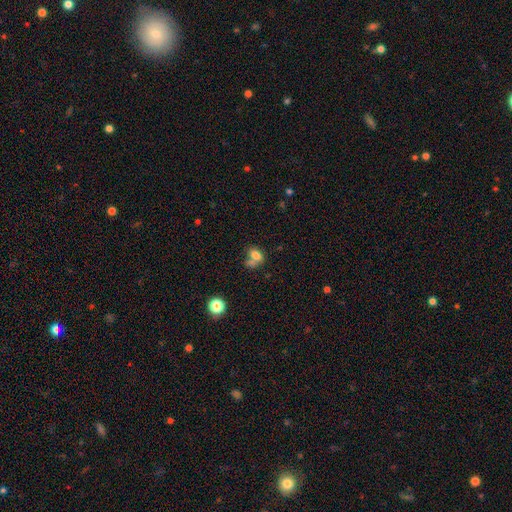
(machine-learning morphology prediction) type=smooth (75%); roundness=in between (76%); merging=merger (49%).